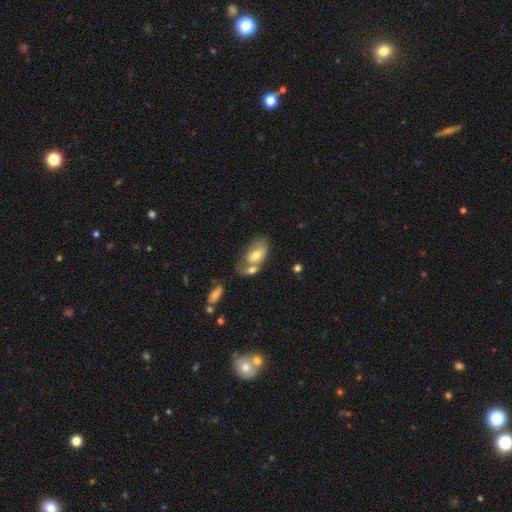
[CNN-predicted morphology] Q: Smooth or featured?
A: smooth (59%); runner-up: featured or disk (34%)
Q: How rounded?
A: in between (91%); runner-up: round (6%)
Q: Merging?
A: merger (49%); runner-up: none (27%)